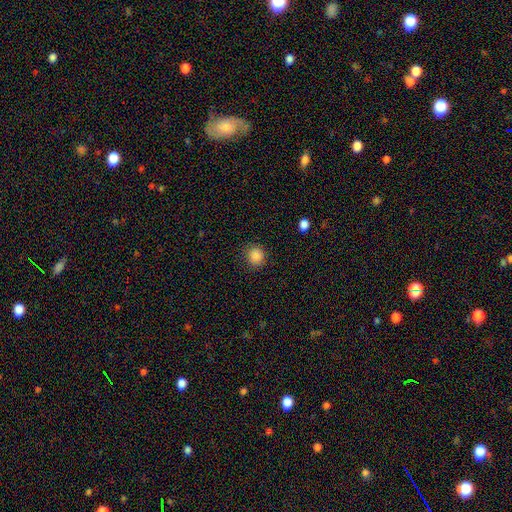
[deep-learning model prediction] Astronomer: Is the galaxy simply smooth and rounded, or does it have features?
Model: smooth — 87%.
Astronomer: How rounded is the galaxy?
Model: round — 87%.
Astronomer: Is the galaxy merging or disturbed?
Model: none — 87%.